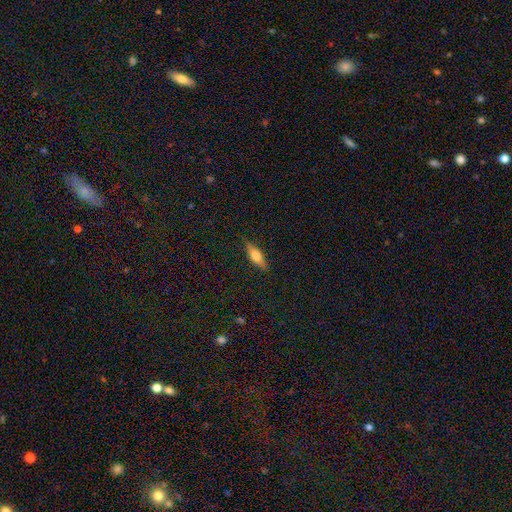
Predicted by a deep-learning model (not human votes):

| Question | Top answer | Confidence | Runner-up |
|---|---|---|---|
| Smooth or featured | smooth | 50% | featured or disk (42%) |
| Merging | none | 85% | minor disturbance (11%) |